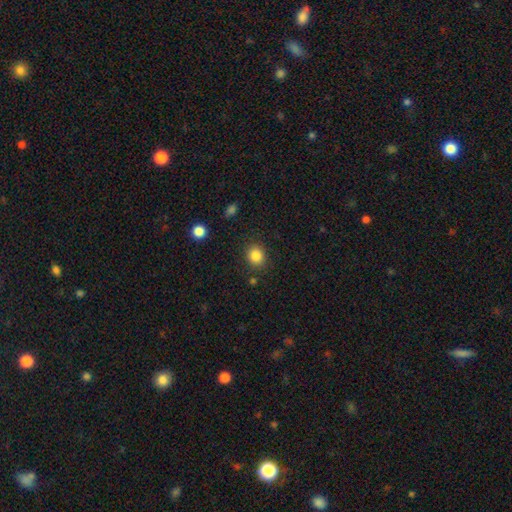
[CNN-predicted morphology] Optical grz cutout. It shows a smooth galaxy with no disk features (85%) that is round (75%). Merging: none (86%).